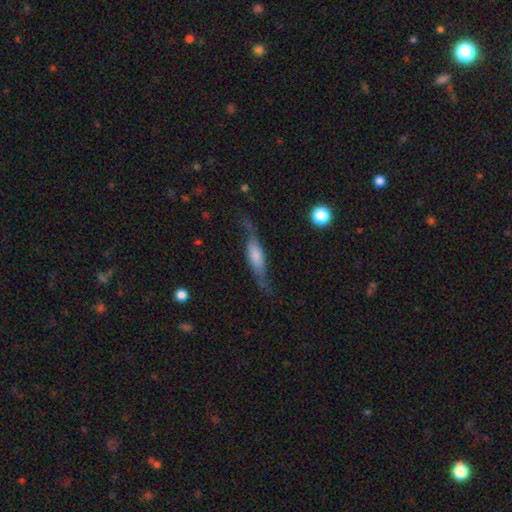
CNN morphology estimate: Smooth or featured? Predicted: featured or disk (p=0.55). Edge-on disk? Predicted: yes (p=0.66). Merging? Predicted: none (p=0.61).